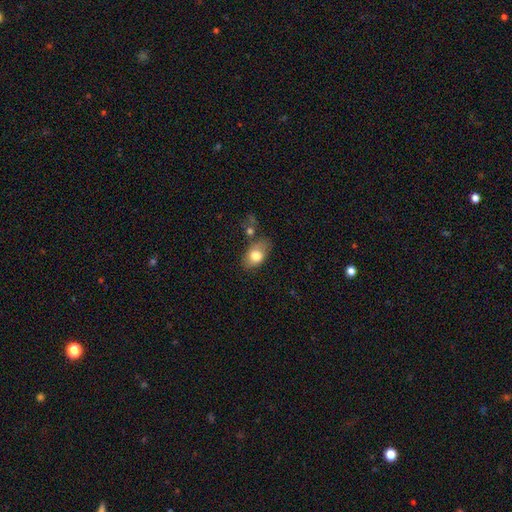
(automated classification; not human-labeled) This appears to be a smooth galaxy with no disk features (76%) that is in between round and cigar-shaped (86%). Merging: none (63%).